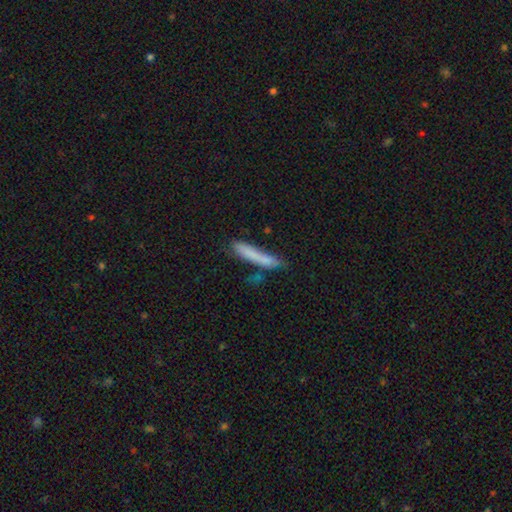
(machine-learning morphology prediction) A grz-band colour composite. It shows a smooth galaxy with no disk features (74%) that is cigar-shaped (92%). Merging: none (63%).